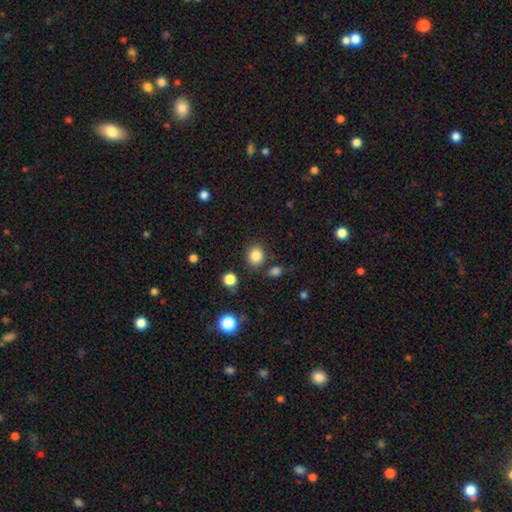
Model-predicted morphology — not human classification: smooth-or-featured: smooth: 84% | star or artifact: 11% | featured or disk: 5%
  how-rounded: round: 75% | in between: 24% | cigar-shaped: 1%
  merging: none: 82% | minor disturbance: 9% | merger: 5% | major disturbance: 3%